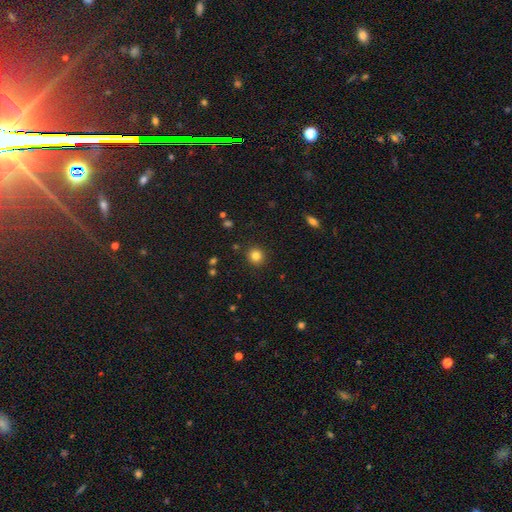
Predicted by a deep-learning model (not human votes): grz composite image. It shows a smooth galaxy with no disk features (82%) that is round (90%). Merging: none (91%).